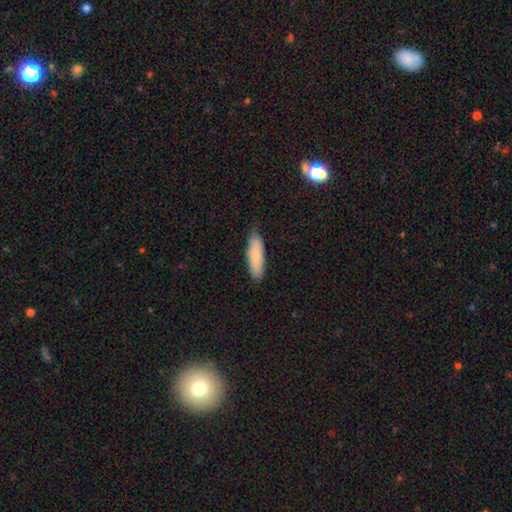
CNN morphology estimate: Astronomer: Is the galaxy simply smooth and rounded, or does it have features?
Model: smooth — 81%.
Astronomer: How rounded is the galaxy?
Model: in between — 50% (runner-up: cigar-shaped, 49%).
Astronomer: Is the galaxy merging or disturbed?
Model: none — 79%.